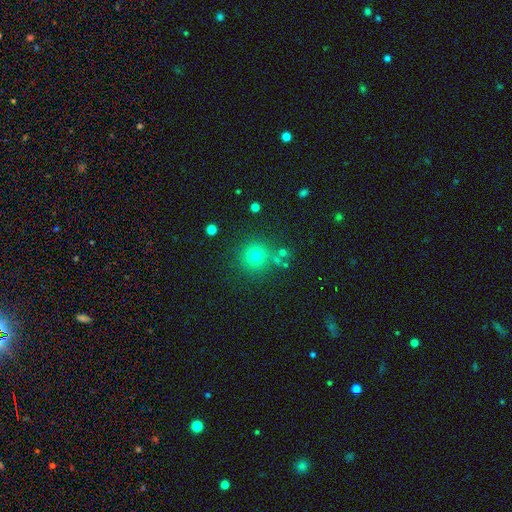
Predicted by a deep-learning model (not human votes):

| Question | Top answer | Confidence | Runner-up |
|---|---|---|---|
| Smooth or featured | smooth | 74% | star or artifact (18%) |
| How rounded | round | 94% | in between (5%) |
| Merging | none | 80% | minor disturbance (9%) |